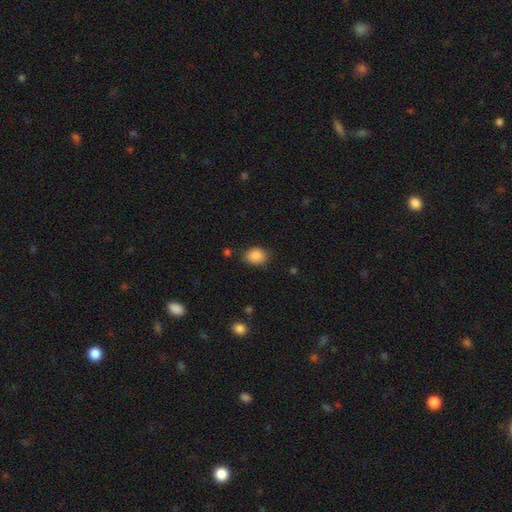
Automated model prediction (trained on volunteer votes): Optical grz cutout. It shows a smooth galaxy with no disk features (88%) that is in between round and cigar-shaped (62%). Merging: none (79%).